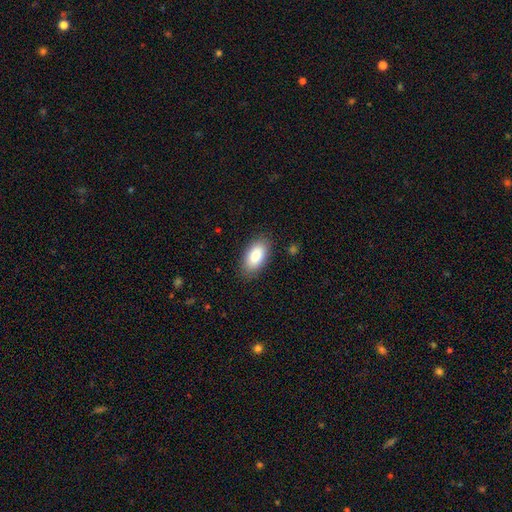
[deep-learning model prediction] smooth_or_featured: smooth (p=0.87) [alt: featured or disk p=0.07]
how_rounded: in between (p=0.94) [alt: cigar-shaped p=0.03]
merging: none (p=0.85) [alt: minor disturbance p=0.11]